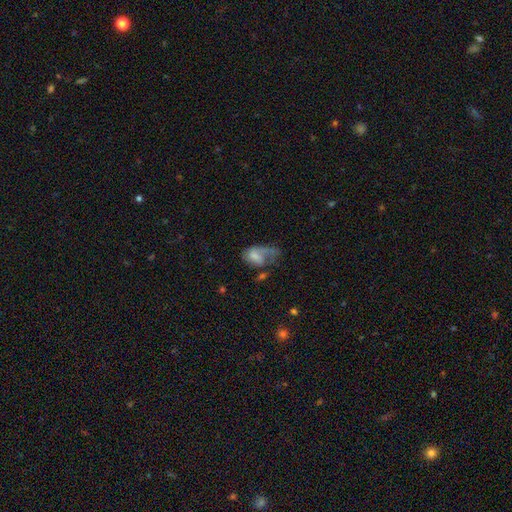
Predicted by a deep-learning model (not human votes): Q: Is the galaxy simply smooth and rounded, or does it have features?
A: smooth — 46%.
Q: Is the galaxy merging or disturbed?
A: major disturbance — 52%.